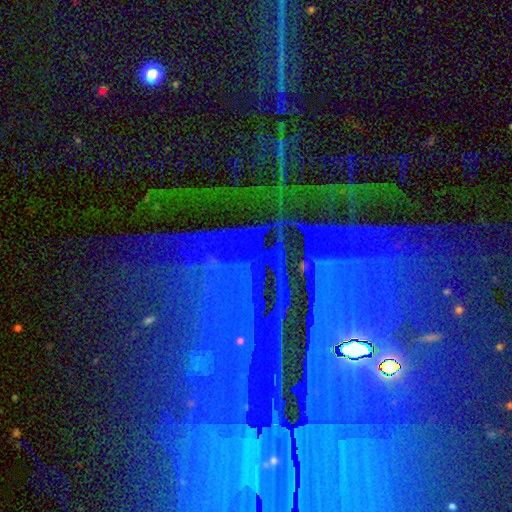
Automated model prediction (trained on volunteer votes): A star or artifact, not a galaxy (81%).

Vote fractions:
- Smooth or featured? star or artifact: 81% / featured or disk: 12% / smooth: 7%